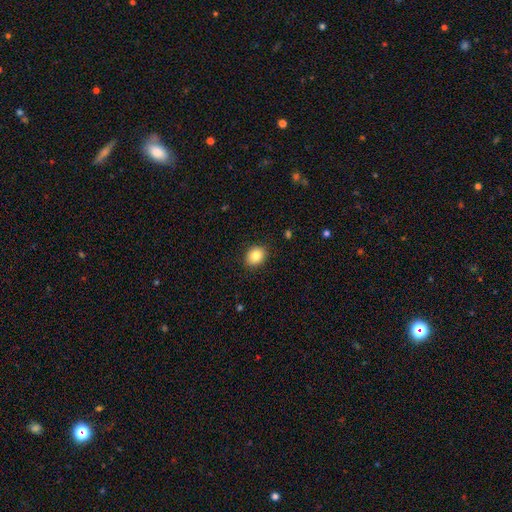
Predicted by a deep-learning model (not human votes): Smooth or featured? smooth (84%)
How rounded? round (55%)
Merging? none (89%)